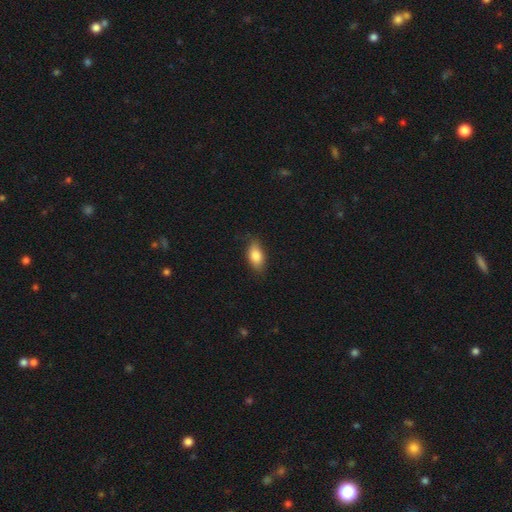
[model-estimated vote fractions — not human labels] A smooth galaxy with no disk features (83%) that is in between round and cigar-shaped (88%). Merging: none (78%).